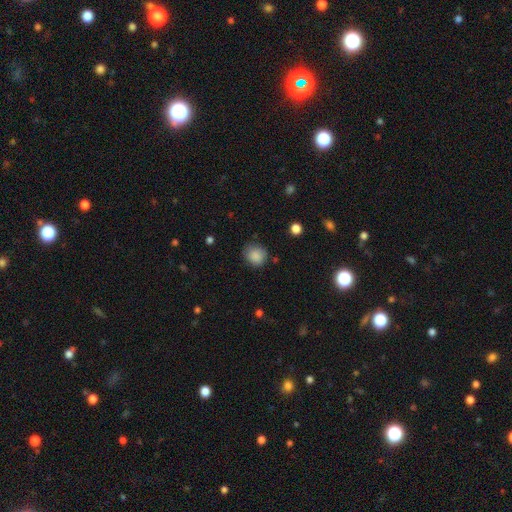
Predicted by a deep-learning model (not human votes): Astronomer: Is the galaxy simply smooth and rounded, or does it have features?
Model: smooth — 87%.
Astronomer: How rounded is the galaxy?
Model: round — 83%.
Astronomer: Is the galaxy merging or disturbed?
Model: none — 77%.